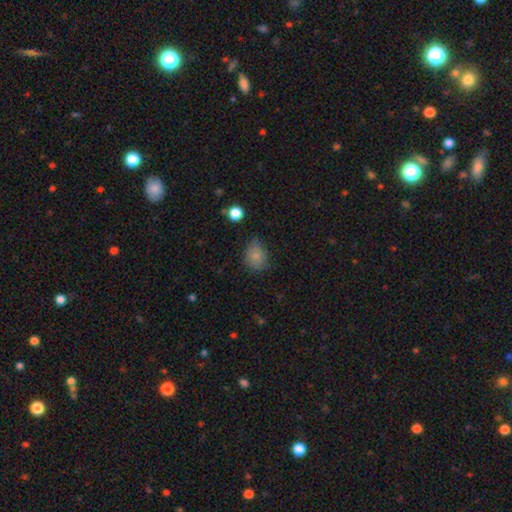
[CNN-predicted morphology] Smooth or featured?
  - smooth: 79% *
  - star or artifact: 11%
  - featured or disk: 10%
How rounded?
  - in between: 52% *
  - round: 47%
  - cigar-shaped: 1%
Merging?
  - none: 54% *
  - minor disturbance: 34%
  - major disturbance: 10%
  - merger: 3%